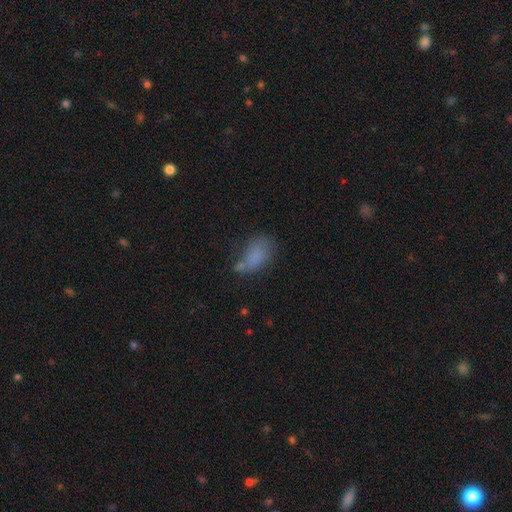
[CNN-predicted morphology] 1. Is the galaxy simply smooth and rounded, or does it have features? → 74% smooth, 14% featured or disk, 13% star or artifact.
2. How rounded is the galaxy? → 88% in between, 8% round, 4% cigar-shaped.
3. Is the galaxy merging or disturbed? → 40% none, 25% minor disturbance, 20% major disturbance, 15% merger.